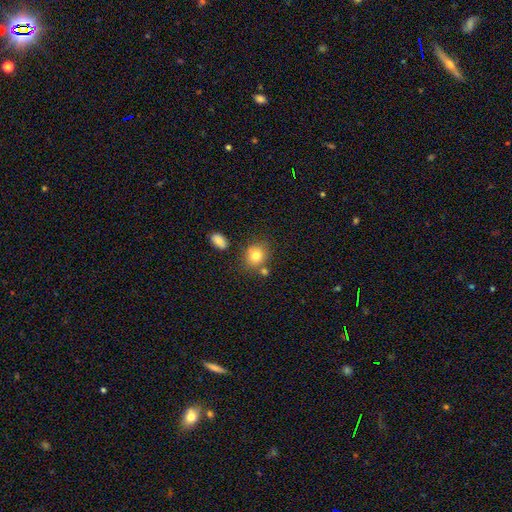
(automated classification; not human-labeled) This is likely a smooth galaxy (79%). How rounded: likely round (73%). Merging: likely none (71%).